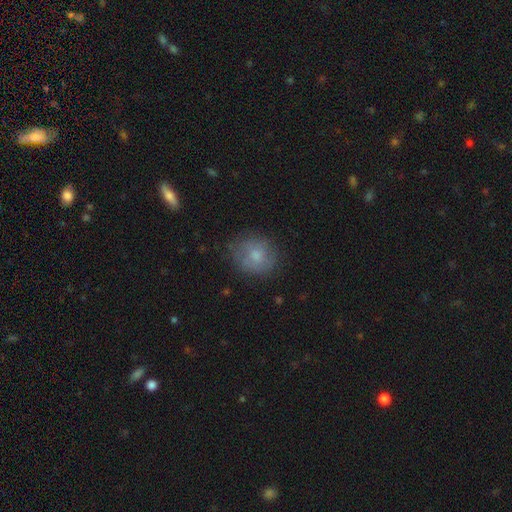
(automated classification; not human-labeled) smooth-or-featured: smooth: 66% | featured or disk: 26% | star or artifact: 9%
  how-rounded: round: 81% | in between: 18% | cigar-shaped: 1%
  merging: none: 72% | minor disturbance: 19% | major disturbance: 7% | merger: 2%